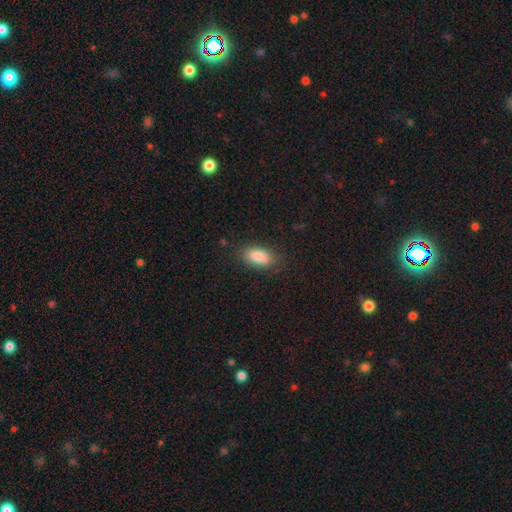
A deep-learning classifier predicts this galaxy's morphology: Smooth or featured: smooth — 85% (star or artifact — 9%)
How rounded: in between — 90% (cigar-shaped — 6%)
Merging: none — 86% (minor disturbance — 10%)